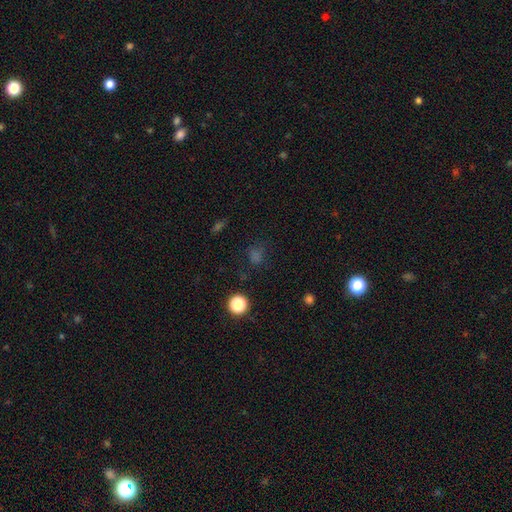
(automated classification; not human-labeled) smooth 52%, star or artifact 40%, featured or disk 8%. Down the decision tree: how rounded — round (76%); merging — none (77%).